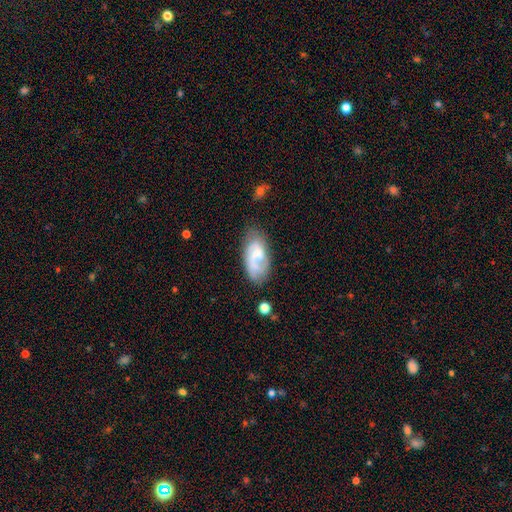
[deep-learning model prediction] Overall: featured or disk (56%; smooth 37%). Edge-on disk: no (94%). Bar: no (51%; weak 40%). Spiral arms: yes (79%). Bulge size: small (41%; moderate 31%). Merging: none (61%; minor disturbance 23%).